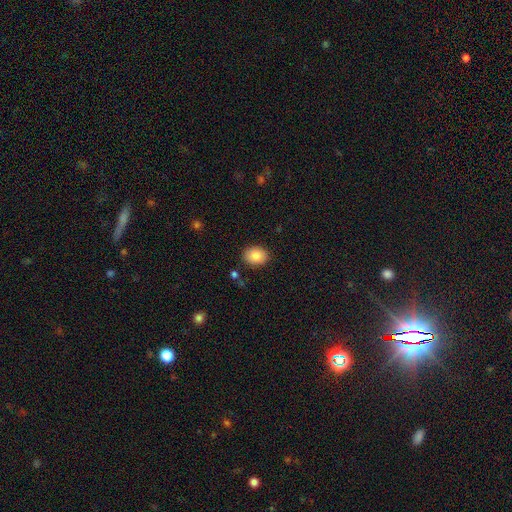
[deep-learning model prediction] Smooth or featured?
  - smooth: 84% *
  - star or artifact: 8%
  - featured or disk: 8%
How rounded?
  - in between: 55% *
  - round: 44%
  - cigar-shaped: 1%
Merging?
  - none: 87% *
  - minor disturbance: 9%
  - major disturbance: 2%
  - merger: 2%